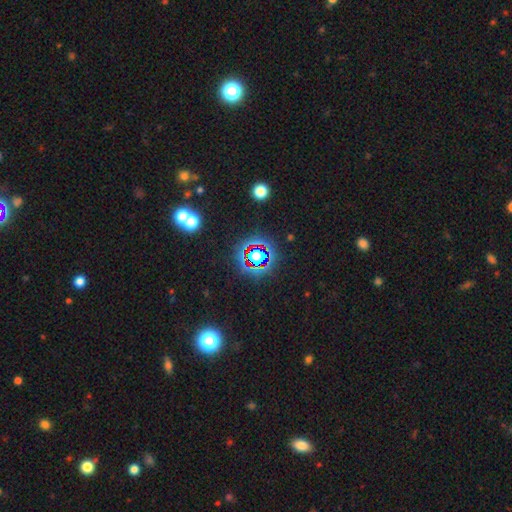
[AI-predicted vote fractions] Overall: star or artifact (69%).